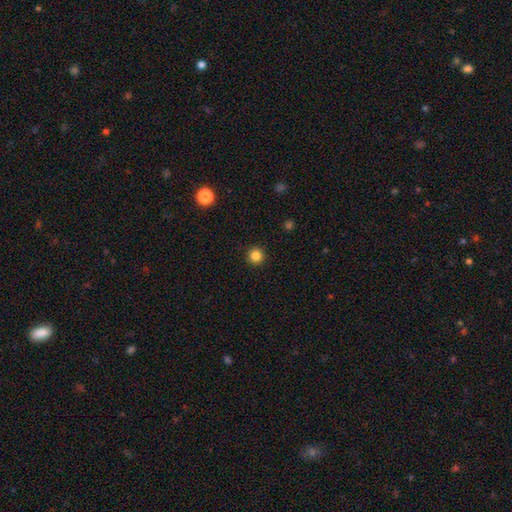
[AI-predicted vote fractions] A smooth galaxy with no disk features (85%) that is round (96%).

Vote fractions:
- Smooth or featured? smooth: 85% / star or artifact: 12% / featured or disk: 3%
- How rounded? round: 96% / in between: 3% / cigar-shaped: 1%
- Merging? none: 93% / minor disturbance: 4% / major disturbance: 2% / merger: 1%